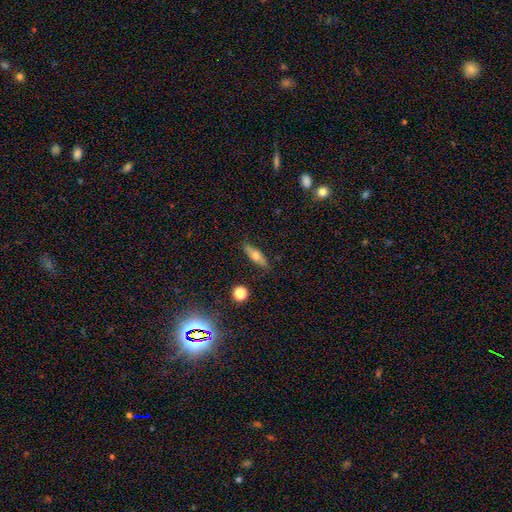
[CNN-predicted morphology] Smooth or featured? Predicted: smooth (p=0.60). How rounded? Predicted: in between (p=0.50). Merging? Predicted: none (p=0.84).